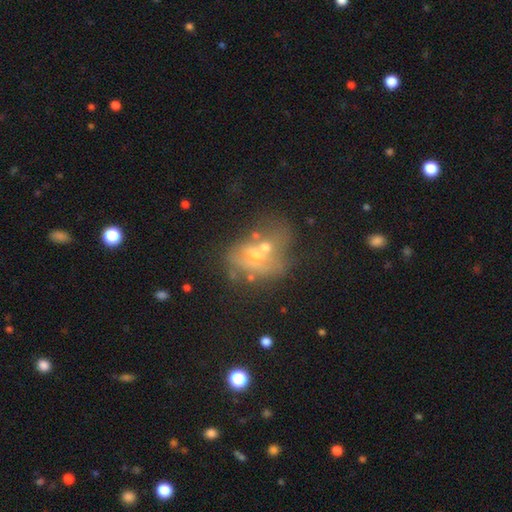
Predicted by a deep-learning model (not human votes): A featured or disk galaxy (44%). Merging: merger (54%).